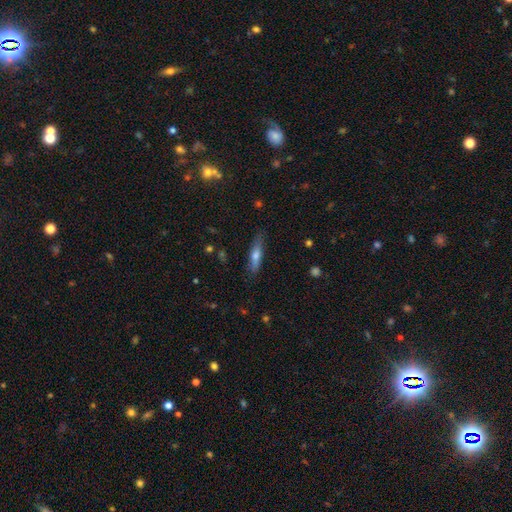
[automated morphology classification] Q: Smooth or featured?
A: smooth (60%); runner-up: featured or disk (34%)
Q: How rounded?
A: cigar-shaped (74%); runner-up: in between (24%)
Q: Merging?
A: none (82%); runner-up: minor disturbance (14%)